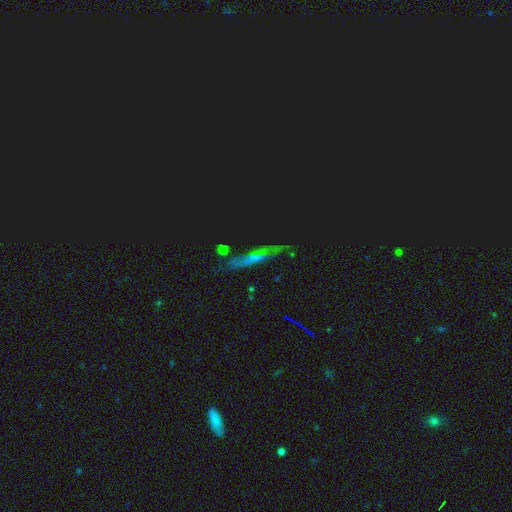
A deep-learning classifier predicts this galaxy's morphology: Smooth or featured: featured or disk — 43% (star or artifact — 38%)
Merging: none — 75% (minor disturbance — 14%)